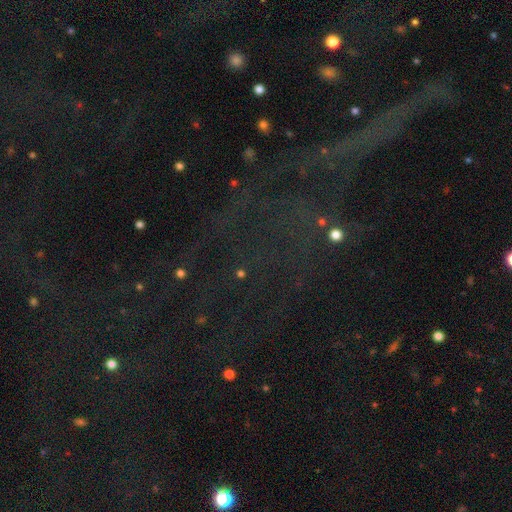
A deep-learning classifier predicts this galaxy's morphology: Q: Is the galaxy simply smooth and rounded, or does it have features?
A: star or artifact — 76%.